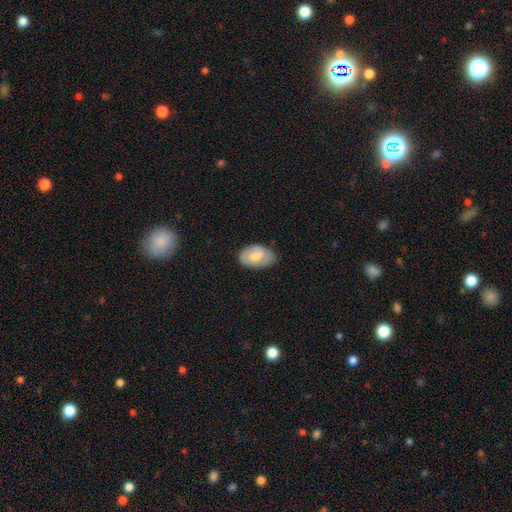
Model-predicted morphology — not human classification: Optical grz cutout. It shows a smooth galaxy with no disk features (56%) that is in between round and cigar-shaped (88%). Merging: none (69%).